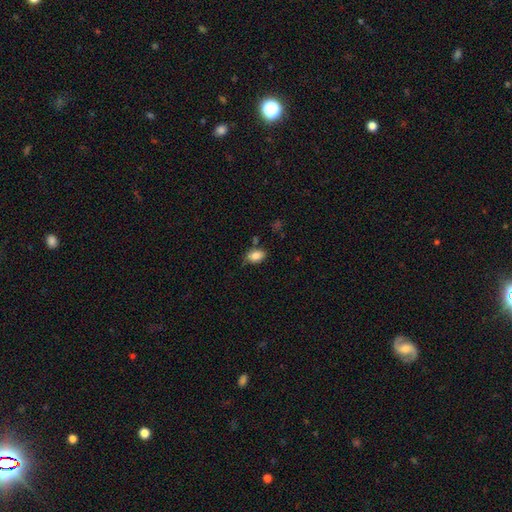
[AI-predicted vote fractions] Smooth or featured? Predicted: smooth (p=0.85). How rounded? Predicted: in between (p=0.85). Merging? Predicted: none (p=0.72).